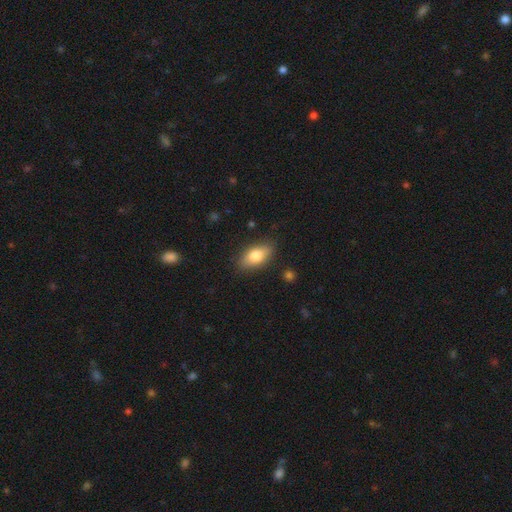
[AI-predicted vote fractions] Q: Smooth or featured?
A: smooth (78%); runner-up: featured or disk (15%)
Q: How rounded?
A: in between (88%); runner-up: cigar-shaped (8%)
Q: Merging?
A: none (84%); runner-up: minor disturbance (12%)